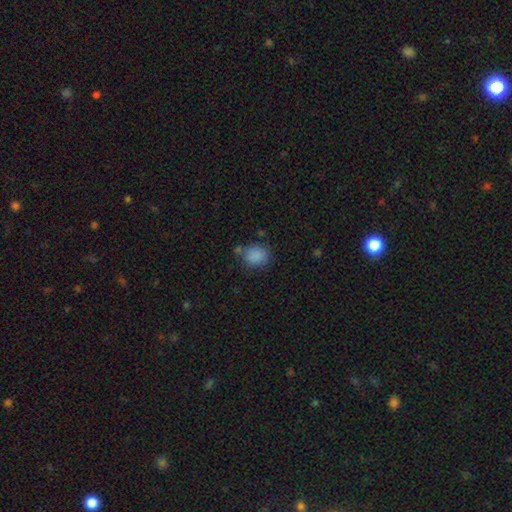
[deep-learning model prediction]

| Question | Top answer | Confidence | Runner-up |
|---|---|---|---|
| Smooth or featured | smooth | 84% | star or artifact (10%) |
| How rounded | round | 61% | in between (38%) |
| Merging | none | 67% | minor disturbance (18%) |